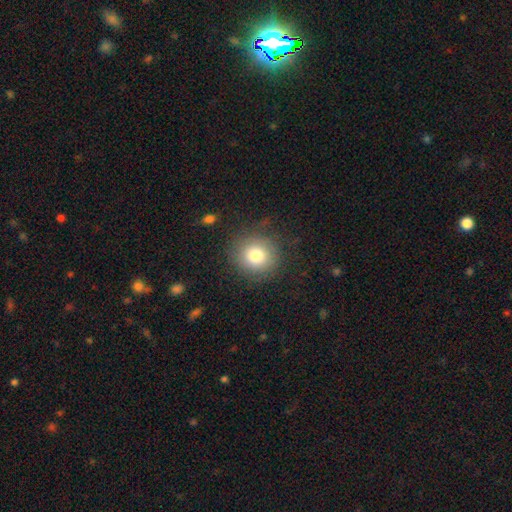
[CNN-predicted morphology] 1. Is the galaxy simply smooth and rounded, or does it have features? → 79% smooth, 11% featured or disk, 10% star or artifact.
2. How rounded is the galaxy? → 89% round, 10% in between, 1% cigar-shaped.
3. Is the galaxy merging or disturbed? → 81% none, 12% minor disturbance, 5% major disturbance, 1% merger.